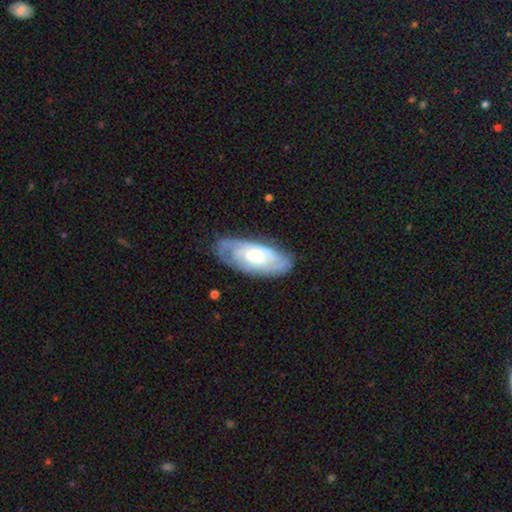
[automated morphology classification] smooth-or-featured: featured or disk: 78% | smooth: 17% | star or artifact: 5%
  disk-edge-on: no: 91% | yes: 9%
    bar: no: 63% | weak: 30% | strong: 7%
    has-spiral-arms: yes: 89% | no: 11%
      spiral-winding: tight: 69% | medium: 25% | loose: 6%
      spiral-arm-count: can't tell: 43% | 2: 32% | 3: 13% | 4: 5% | 1: 4% | more than 4: 3%
    bulge-size: moderate: 63% | small: 27% | large: 8% | none: 1% | dominant: 1%
  merging: none: 76% | minor disturbance: 18% | major disturbance: 5% | merger: 1%